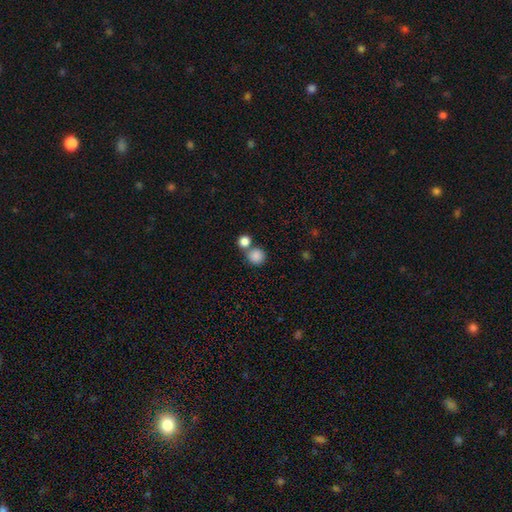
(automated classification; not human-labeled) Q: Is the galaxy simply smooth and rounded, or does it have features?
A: smooth — 85%.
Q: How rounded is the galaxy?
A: round — 89%.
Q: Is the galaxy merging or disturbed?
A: none — 57%.